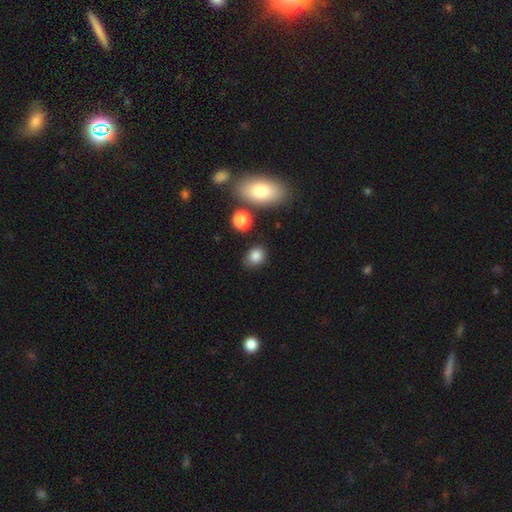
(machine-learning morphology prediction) Smooth or featured? smooth (84%)
How rounded? round (50%)
Merging? none (76%)